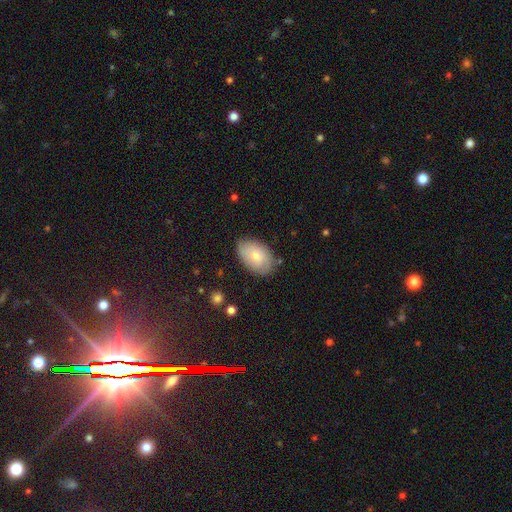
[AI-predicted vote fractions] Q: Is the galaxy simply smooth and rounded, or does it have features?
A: smooth — 64%.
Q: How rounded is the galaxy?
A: in between — 89%.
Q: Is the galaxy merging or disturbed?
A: none — 75%.